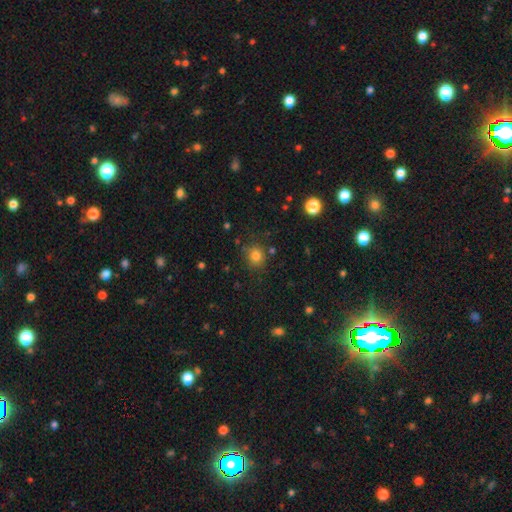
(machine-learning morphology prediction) Overall: smooth (80%). How rounded: round (83%). Merging: none (81%).